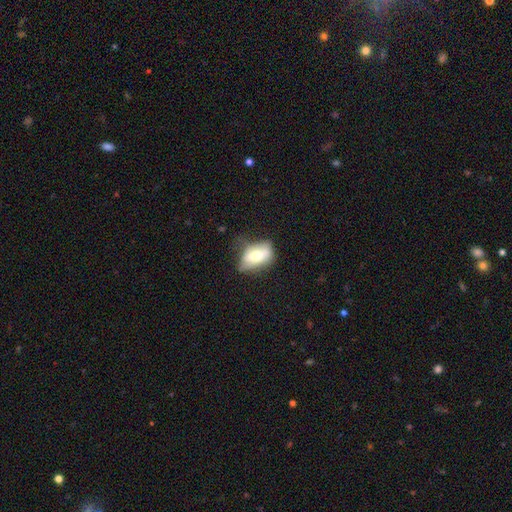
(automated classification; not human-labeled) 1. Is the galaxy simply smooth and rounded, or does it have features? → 55% smooth, 37% featured or disk, 8% star or artifact.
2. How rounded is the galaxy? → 84% in between, 11% round, 4% cigar-shaped.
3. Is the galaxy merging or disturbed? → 45% none, 34% minor disturbance, 18% major disturbance, 4% merger.